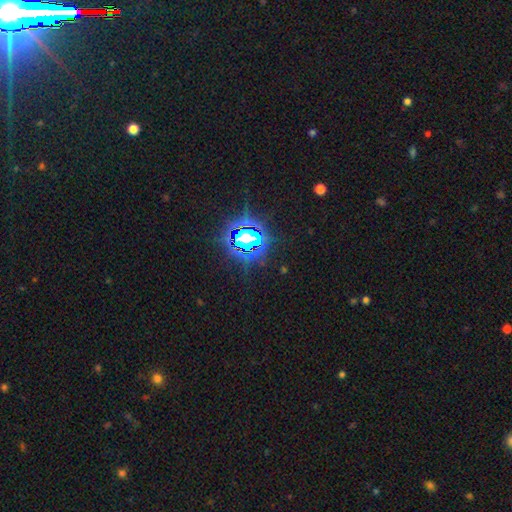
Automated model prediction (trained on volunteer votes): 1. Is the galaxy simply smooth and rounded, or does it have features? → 85% star or artifact, 9% smooth, 6% featured or disk.